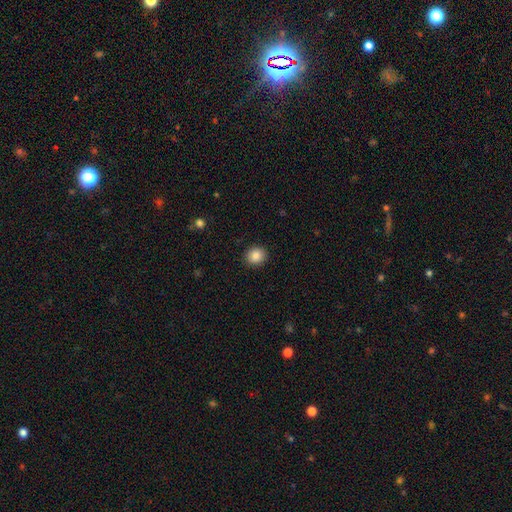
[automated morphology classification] Smooth or featured: smooth — 86% (star or artifact — 9%)
How rounded: round — 79% (in between — 20%)
Merging: none — 91% (minor disturbance — 6%)